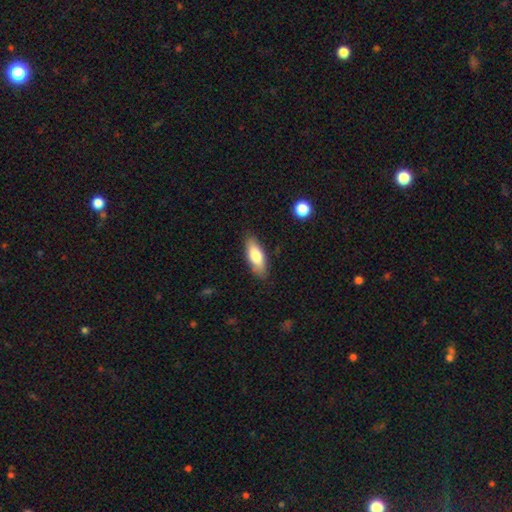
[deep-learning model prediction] Smooth or featured? smooth (75%)
How rounded? in between (67%)
Merging? none (85%)